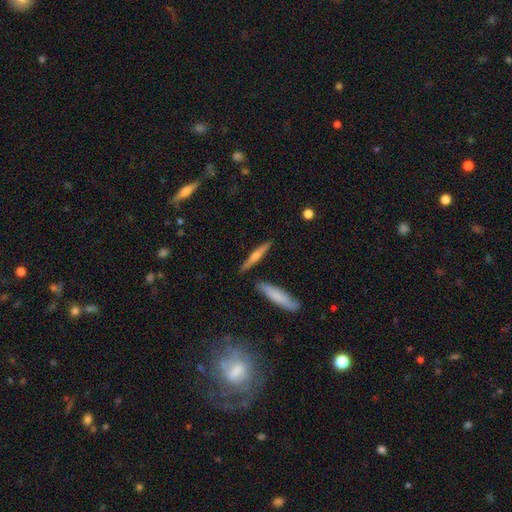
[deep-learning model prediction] A featured or disk galaxy (54%) viewed edge-on (96%) with a rounded central bulge (75%). Merging: none (84%).